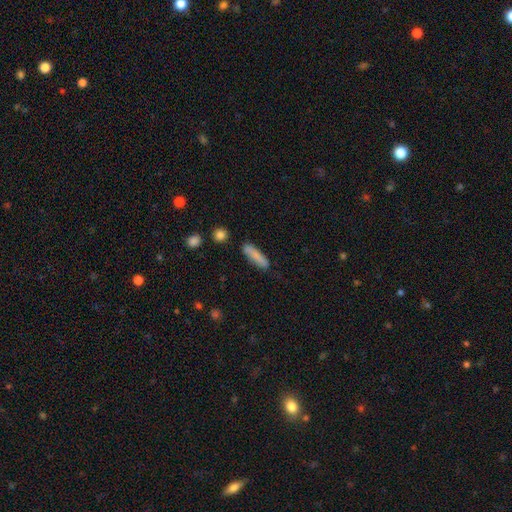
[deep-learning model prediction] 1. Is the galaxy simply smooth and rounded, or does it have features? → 84% smooth, 9% featured or disk, 7% star or artifact.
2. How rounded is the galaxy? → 75% cigar-shaped, 23% in between, 2% round.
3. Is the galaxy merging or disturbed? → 81% none, 13% minor disturbance, 3% merger, 3% major disturbance.